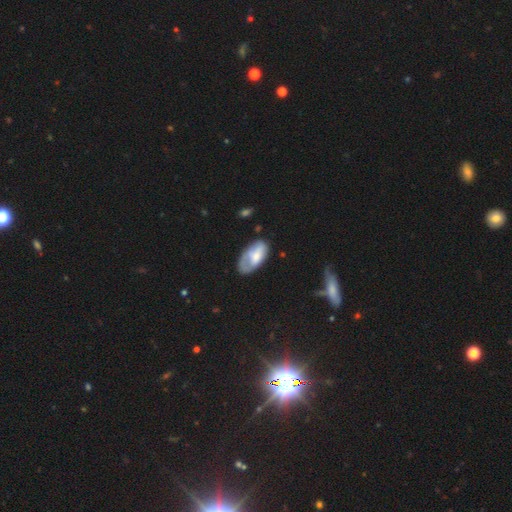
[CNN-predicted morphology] A smooth galaxy with no disk features (62%) that is in between round and cigar-shaped (93%). Merging: none (46%).